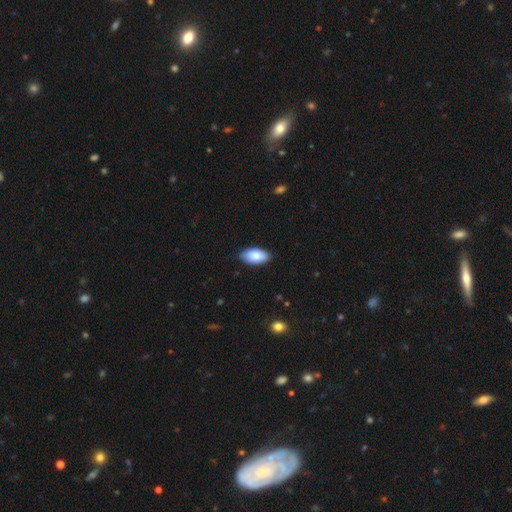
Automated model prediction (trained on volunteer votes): smooth 85%, featured or disk 9%, star or artifact 6%. Down the decision tree: how rounded — in between (94%); merging — none (86%).